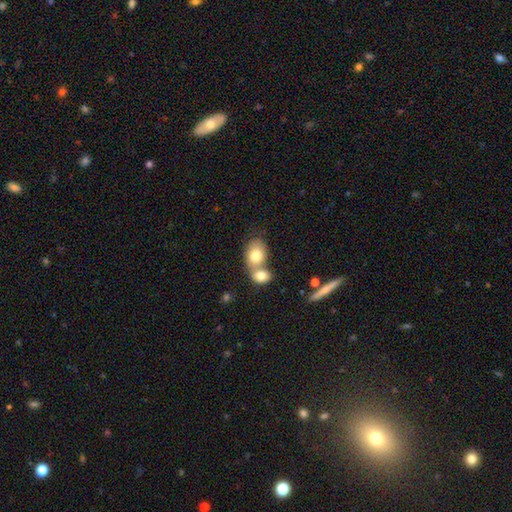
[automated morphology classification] Smooth or featured? smooth (76%)
How rounded? in between (66%)
Merging? merger (61%)